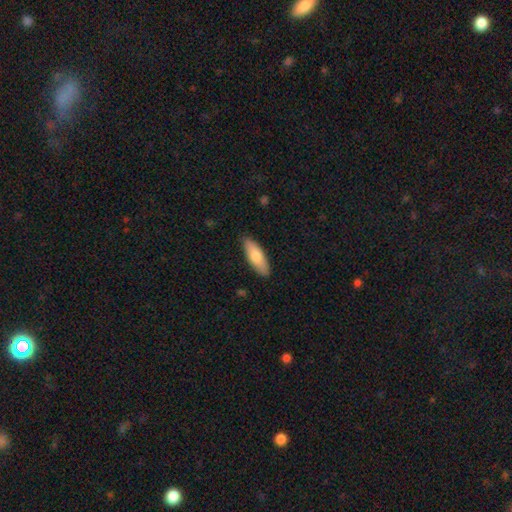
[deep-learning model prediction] The model was most divided on "how rounded": in between: 60%, cigar-shaped: 38%, round: 2%. More confident: merging — none (88%); smooth or featured — smooth (76%).